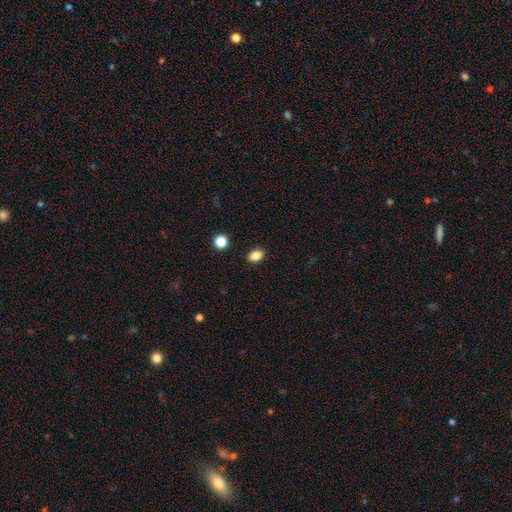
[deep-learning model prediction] smooth-or-featured: smooth: 85% | star or artifact: 10% | featured or disk: 5%
  how-rounded: in between: 83% | round: 15% | cigar-shaped: 2%
  merging: none: 89% | minor disturbance: 8% | major disturbance: 2% | merger: 2%